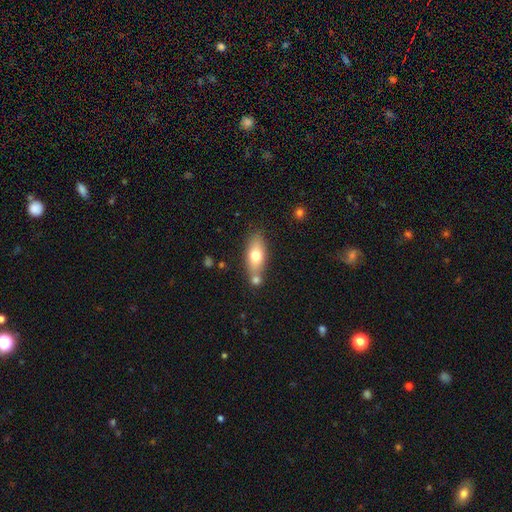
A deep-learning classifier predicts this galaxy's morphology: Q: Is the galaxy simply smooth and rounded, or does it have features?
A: smooth — 70%.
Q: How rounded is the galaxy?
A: in between — 76%.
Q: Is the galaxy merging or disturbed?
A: none — 60%.